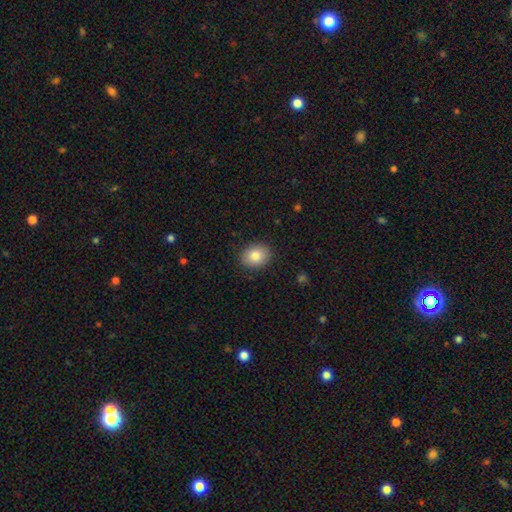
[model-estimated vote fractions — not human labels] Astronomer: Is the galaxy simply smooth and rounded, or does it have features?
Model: smooth — 83%.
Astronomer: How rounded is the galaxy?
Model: round — 51% (runner-up: in between, 49%).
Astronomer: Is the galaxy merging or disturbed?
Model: none — 89%.